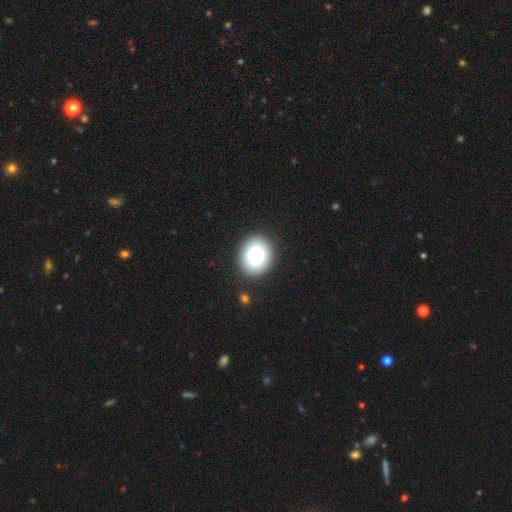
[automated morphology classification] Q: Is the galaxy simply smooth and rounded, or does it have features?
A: smooth — 83%.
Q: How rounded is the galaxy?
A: round — 60%.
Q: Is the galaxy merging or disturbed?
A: none — 89%.